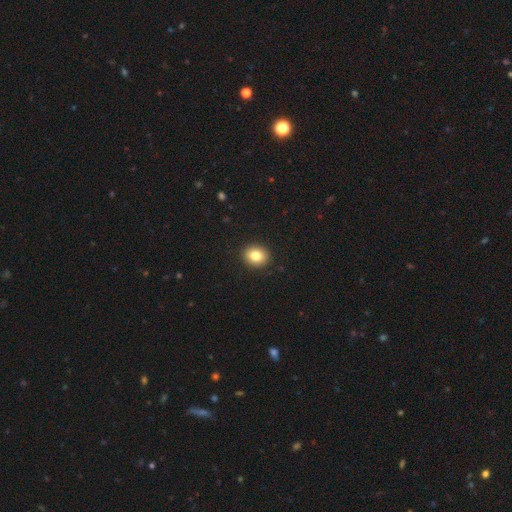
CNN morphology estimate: The model was most divided on "how rounded": round: 64%, in between: 35%, cigar-shaped: 1%. More confident: merging — none (92%); smooth or featured — smooth (81%).